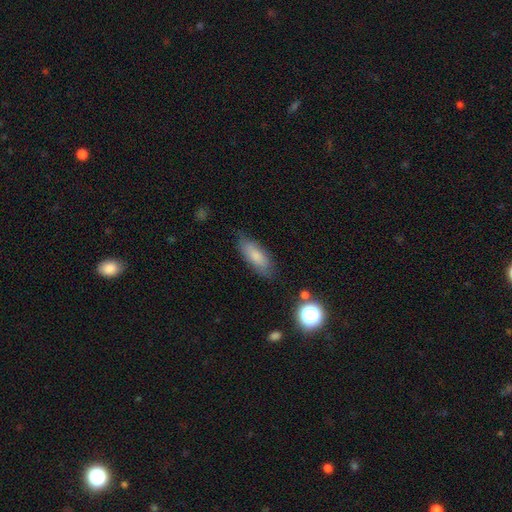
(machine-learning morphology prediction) Overall: smooth (75%). How rounded: in between (69%). Merging: none (74%).